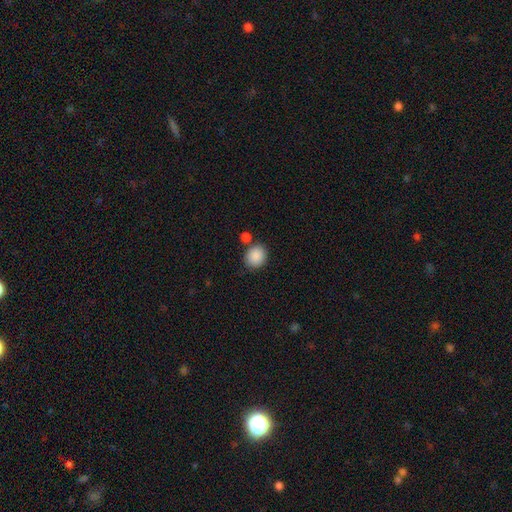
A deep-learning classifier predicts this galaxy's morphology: Smooth or featured?
  - smooth: 89% *
  - star or artifact: 8%
  - featured or disk: 3%
How rounded?
  - round: 72% *
  - in between: 27%
  - cigar-shaped: 1%
Merging?
  - none: 73% *
  - minor disturbance: 12%
  - merger: 11%
  - major disturbance: 3%